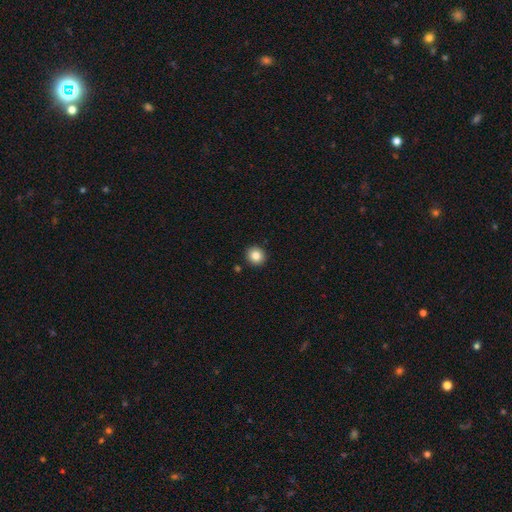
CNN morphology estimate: smooth_or_featured: smooth (p=0.85) [alt: star or artifact p=0.10]
how_rounded: round (p=0.90) [alt: in between p=0.09]
merging: none (p=0.92) [alt: minor disturbance p=0.05]